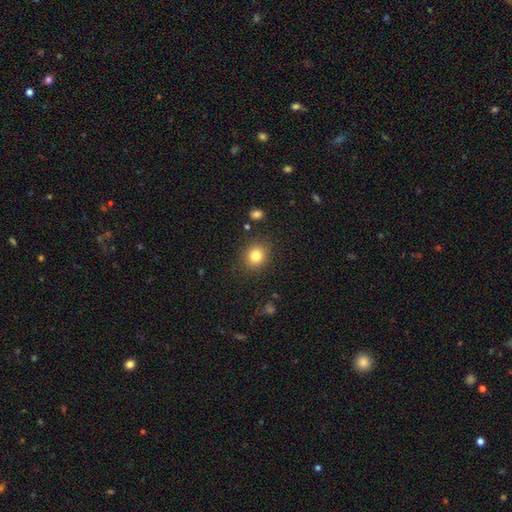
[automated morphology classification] type=smooth (83%); roundness=round (76%); merging=none (86%).